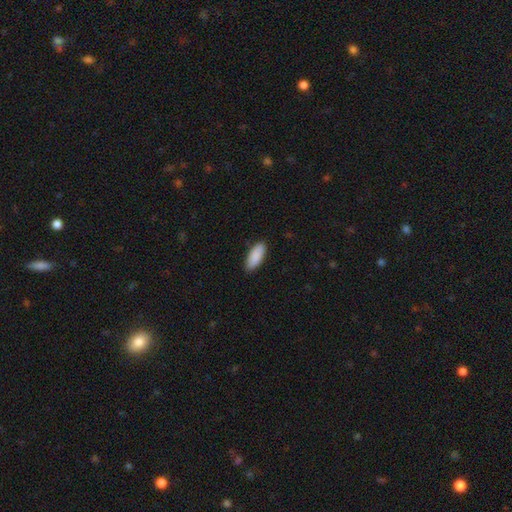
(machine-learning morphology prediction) smooth 89%, star or artifact 5%, featured or disk 5%. Down the decision tree: how rounded — in between (79%); merging — none (86%).